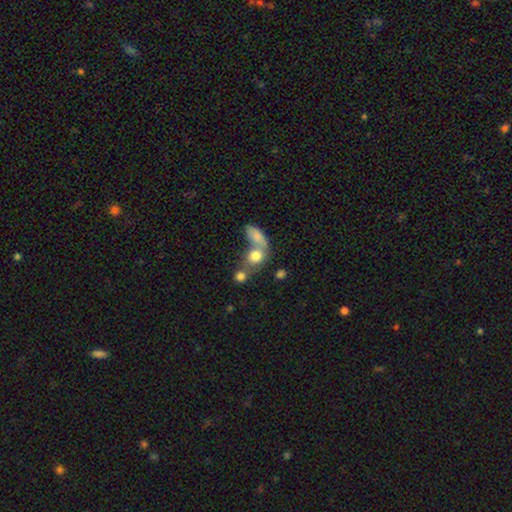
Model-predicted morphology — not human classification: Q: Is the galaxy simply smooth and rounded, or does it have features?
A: smooth — 77%.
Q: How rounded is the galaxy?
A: round — 52%.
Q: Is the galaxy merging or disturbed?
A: merger — 54%.